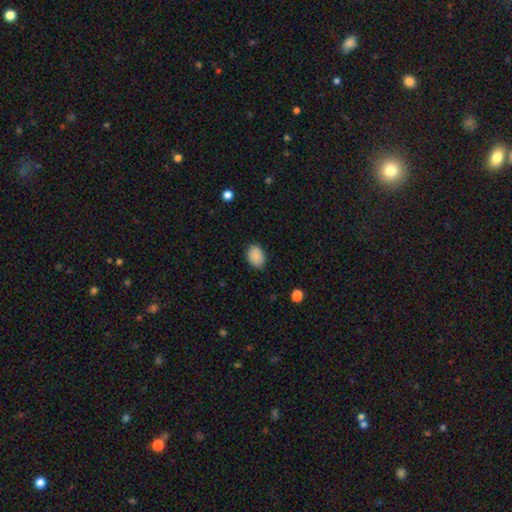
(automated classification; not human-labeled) This is clearly a smooth galaxy (89%). How rounded: likely in between (78%). Merging: clearly none (84%).